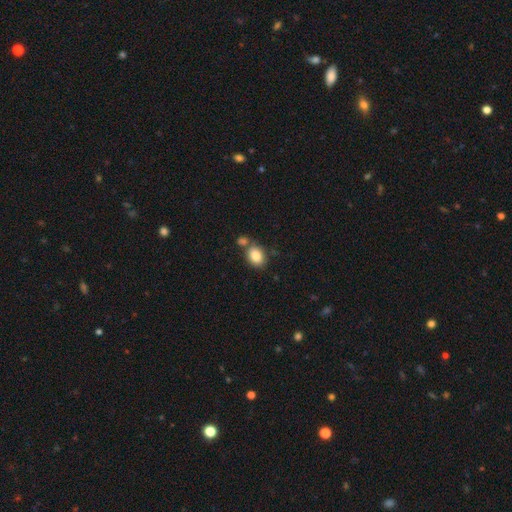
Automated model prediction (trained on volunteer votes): This is clearly a smooth galaxy (85%). How rounded: likely in between (62%). Merging: likely none (60%).